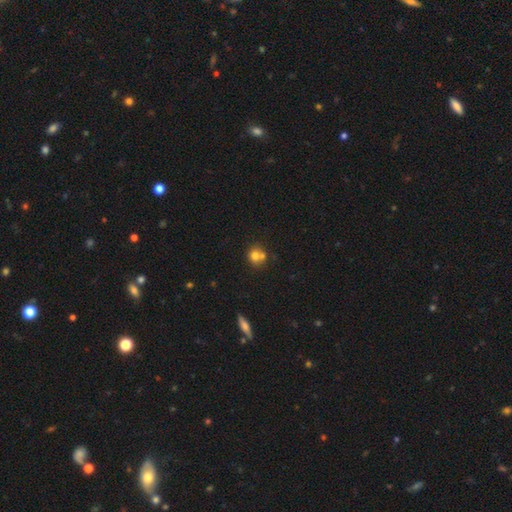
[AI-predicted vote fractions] Smooth or featured? smooth (72%)
How rounded? round (83%)
Merging? none (44%, tied with merger)